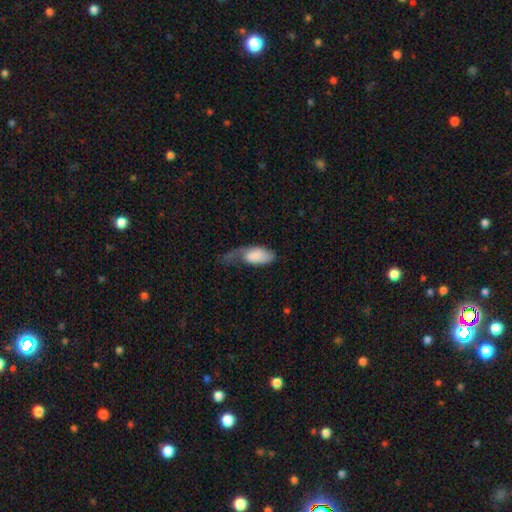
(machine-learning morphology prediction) This is likely a smooth galaxy (70%). How rounded: clearly in between (90%). Merging: possibly major disturbance (50%).